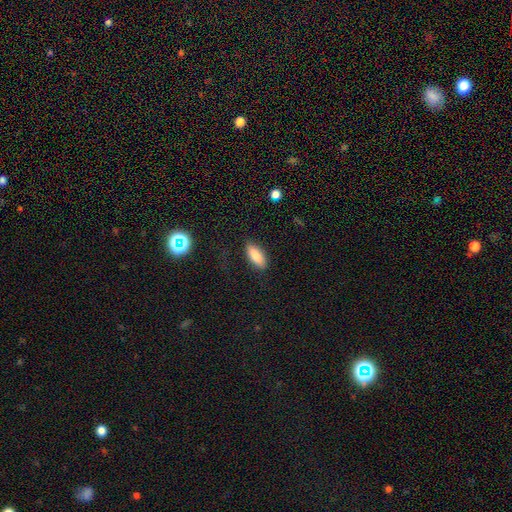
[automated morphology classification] Smooth or featured? Predicted: smooth (p=0.83). How rounded? Predicted: in between (p=0.75). Merging? Predicted: none (p=0.83).